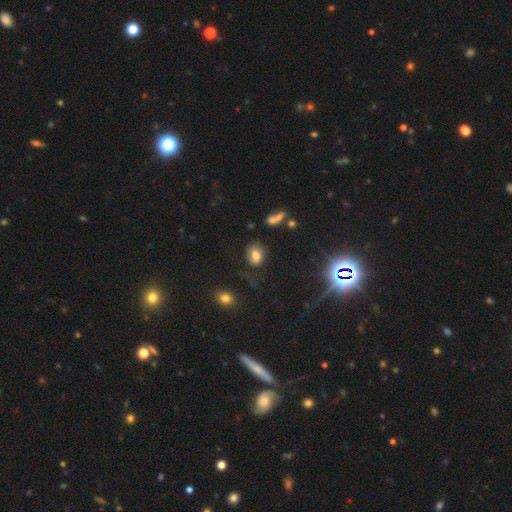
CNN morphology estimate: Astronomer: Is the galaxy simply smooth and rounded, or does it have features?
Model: smooth — 75%.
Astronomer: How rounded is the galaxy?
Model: in between — 67%.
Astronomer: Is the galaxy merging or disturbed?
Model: none — 57%.